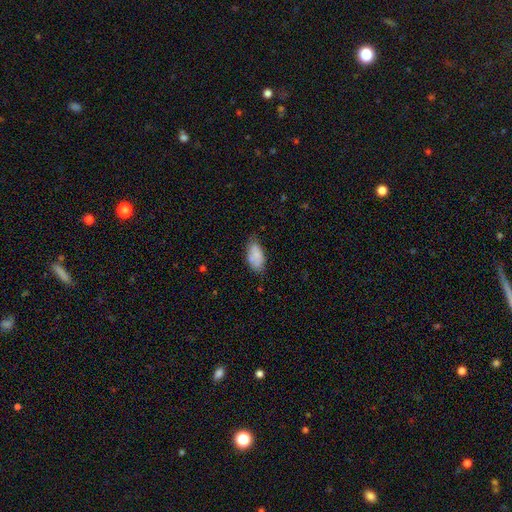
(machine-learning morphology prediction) Smooth or featured? smooth (76%)
How rounded? in between (93%)
Merging? none (62%)